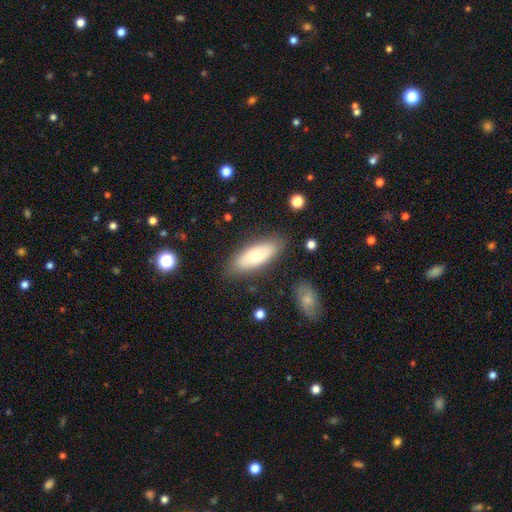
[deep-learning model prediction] A smooth galaxy with no disk features (66%) that is in between round and cigar-shaped (73%).

Vote fractions:
- Smooth or featured? smooth: 66% / featured or disk: 28% / star or artifact: 6%
- How rounded? in between: 73% / cigar-shaped: 25% / round: 2%
- Merging? none: 82% / minor disturbance: 13% / major disturbance: 3% / merger: 2%